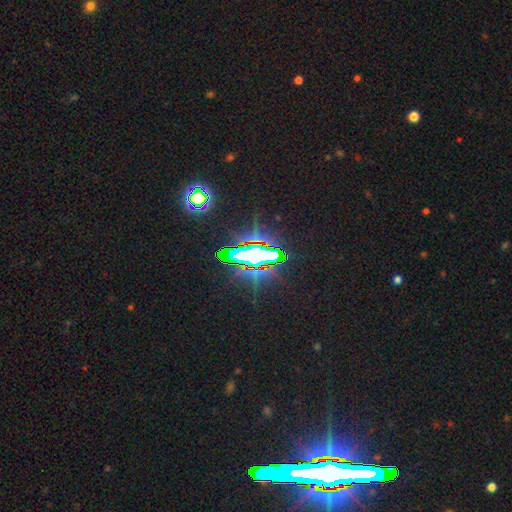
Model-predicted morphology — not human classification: type=star or artifact (72%).